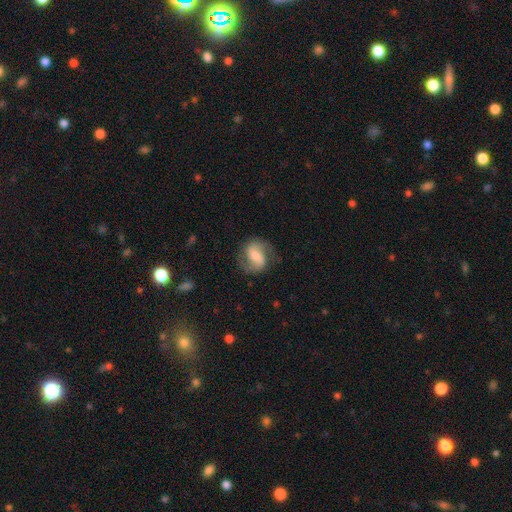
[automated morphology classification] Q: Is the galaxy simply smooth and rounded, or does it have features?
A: featured or disk — 74%.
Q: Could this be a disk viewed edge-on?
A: no — 98%.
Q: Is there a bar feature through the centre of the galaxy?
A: weak — 43%.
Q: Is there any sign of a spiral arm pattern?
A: yes — 94%.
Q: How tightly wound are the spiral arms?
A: medium — 51%.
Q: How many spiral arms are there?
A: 2 — 91%.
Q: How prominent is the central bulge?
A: moderate — 33%.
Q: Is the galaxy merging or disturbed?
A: none — 74%.